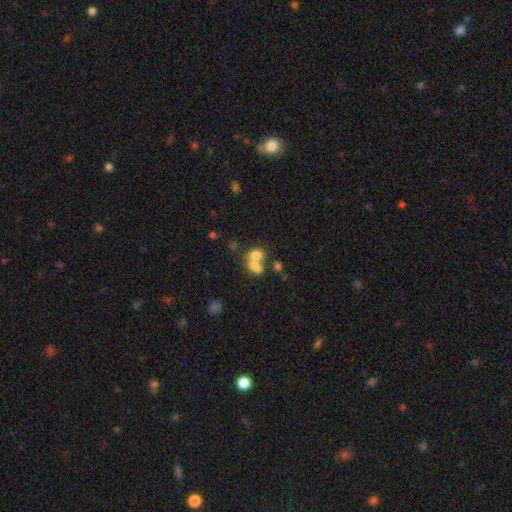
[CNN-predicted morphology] smooth-or-featured: smooth: 68% | featured or disk: 19% | star or artifact: 13%
  how-rounded: in between: 52% | round: 47% | cigar-shaped: 1%
  merging: merger: 60% | none: 28% | minor disturbance: 7% | major disturbance: 5%